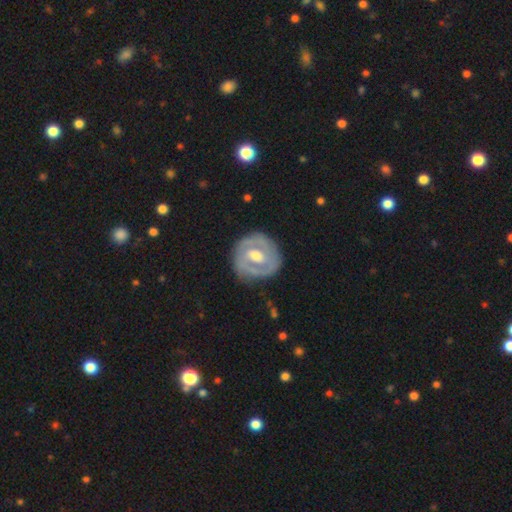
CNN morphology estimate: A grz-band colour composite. It shows a featured or disk galaxy (73%) with a weak bar (43%), spiral arms (63%) and a moderate central bulge (71%). Merging: none (79%).